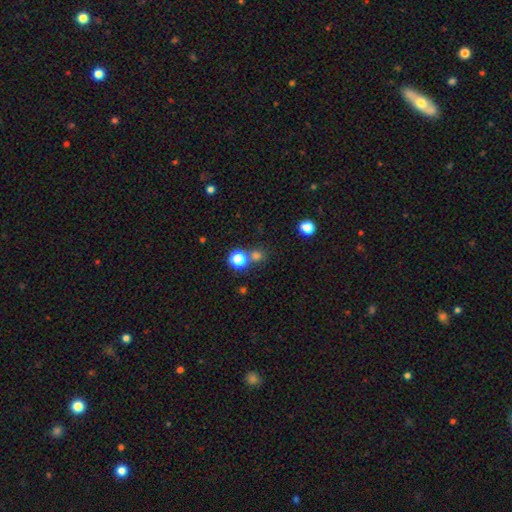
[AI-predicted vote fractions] This is likely a smooth galaxy (70%). How rounded: clearly round (86%). Merging: likely none (64%).